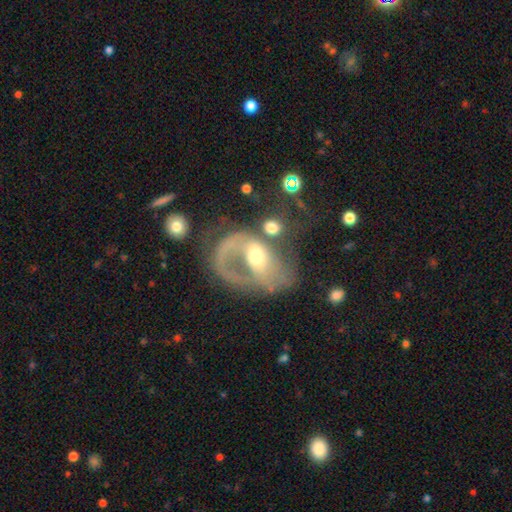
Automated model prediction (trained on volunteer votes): Smooth or featured? Predicted: featured or disk (p=0.70). Edge-on disk? Predicted: no (p=0.97). Bar? Predicted: no (p=0.62). Spiral arms? Predicted: yes (p=0.65). Bulge size? Predicted: moderate (p=0.56). Merging? Predicted: major disturbance (p=0.46).